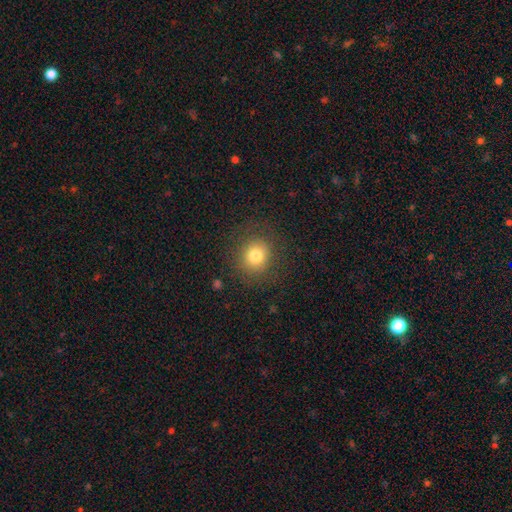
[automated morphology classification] Smooth or featured? smooth (78%)
How rounded? round (84%)
Merging? none (85%)